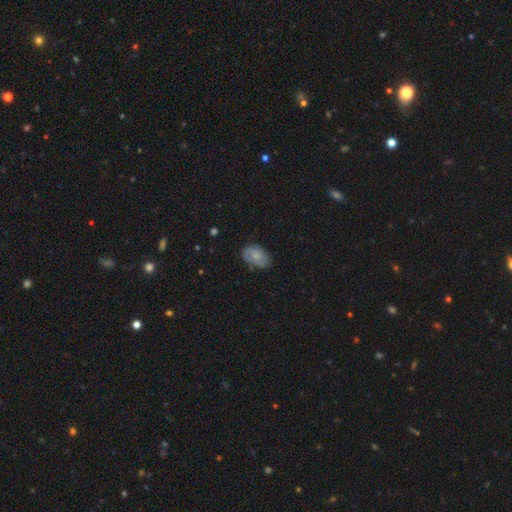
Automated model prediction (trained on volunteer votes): A smooth galaxy with no disk features (53%) that is in between round and cigar-shaped (88%). Merging: none (72%).